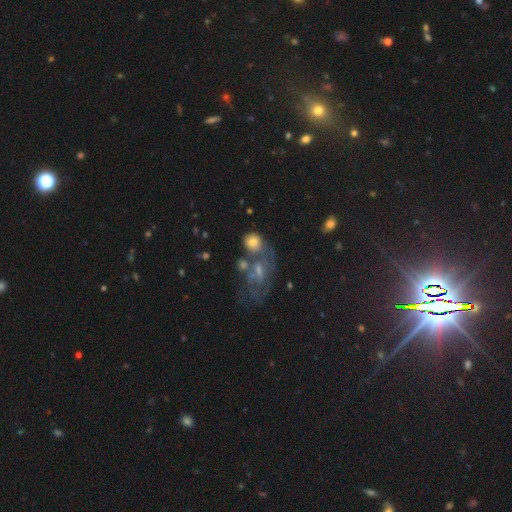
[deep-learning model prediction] Smooth or featured: star or artifact — 56% (featured or disk — 26%)